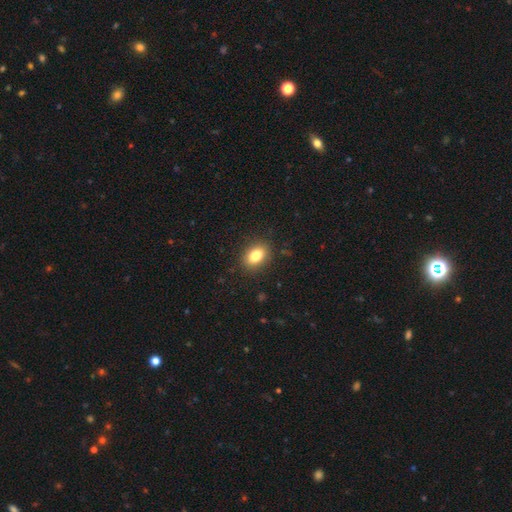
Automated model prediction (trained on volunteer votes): A smooth galaxy with no disk features (84%) that is in between round and cigar-shaped (78%).

Vote fractions:
- Smooth or featured? smooth: 84% / star or artifact: 9% / featured or disk: 7%
- How rounded? in between: 78% / round: 20% / cigar-shaped: 1%
- Merging? none: 88% / minor disturbance: 9% / major disturbance: 3% / merger: 1%